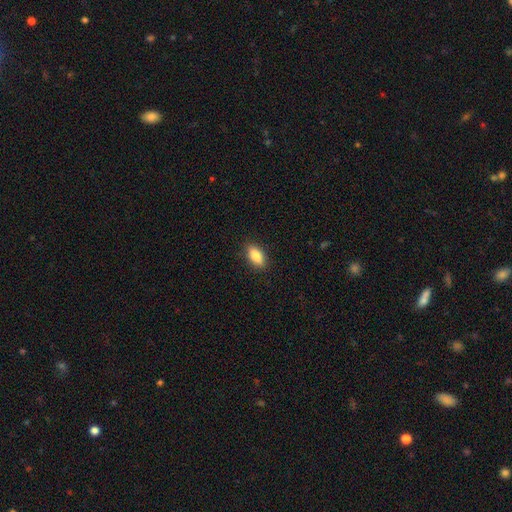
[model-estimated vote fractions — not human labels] Smooth or featured? smooth (84%)
How rounded? in between (85%)
Merging? none (88%)